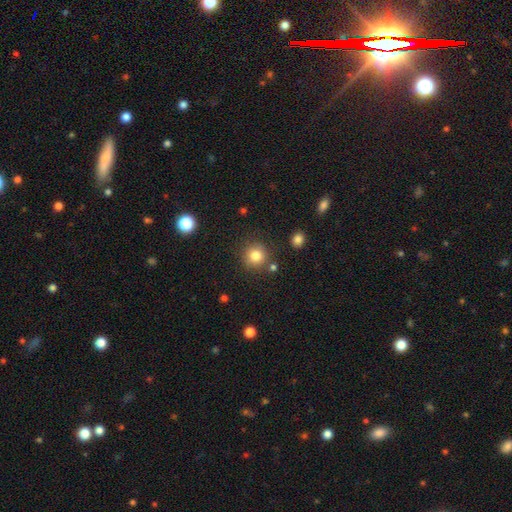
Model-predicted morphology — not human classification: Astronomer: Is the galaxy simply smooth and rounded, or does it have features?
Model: smooth — 82%.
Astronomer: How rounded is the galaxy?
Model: round — 92%.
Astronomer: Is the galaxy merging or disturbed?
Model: none — 83%.